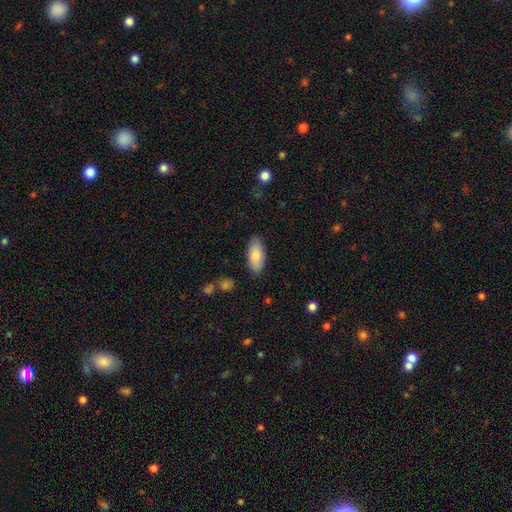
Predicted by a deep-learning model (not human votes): Smooth or featured? smooth (83%)
How rounded? in between (86%)
Merging? none (85%)